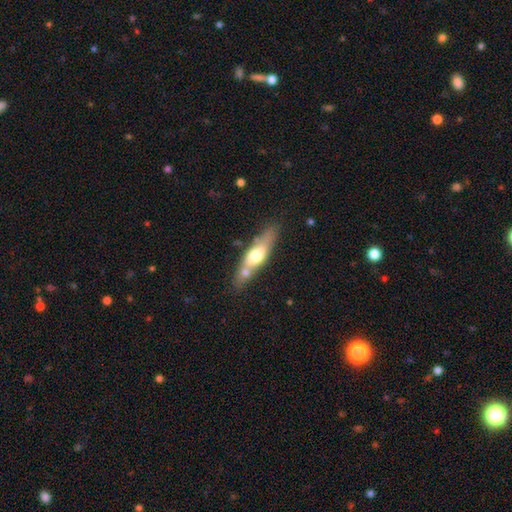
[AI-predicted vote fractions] smooth_or_featured: smooth (p=0.52) [alt: featured or disk p=0.42]
how_rounded: cigar-shaped (p=0.59) [alt: in between p=0.39]
merging: none (p=0.64) [alt: merger p=0.17]